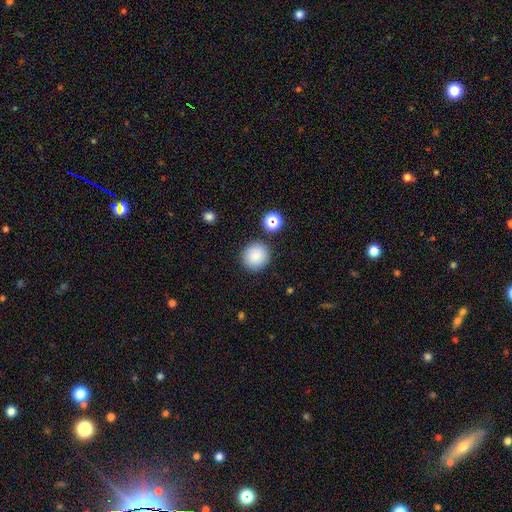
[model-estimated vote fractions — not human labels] Smooth or featured?
  - smooth: 85% *
  - star or artifact: 10%
  - featured or disk: 6%
How rounded?
  - round: 93% *
  - in between: 6%
  - cigar-shaped: 1%
Merging?
  - none: 88% *
  - minor disturbance: 7%
  - merger: 4%
  - major disturbance: 2%